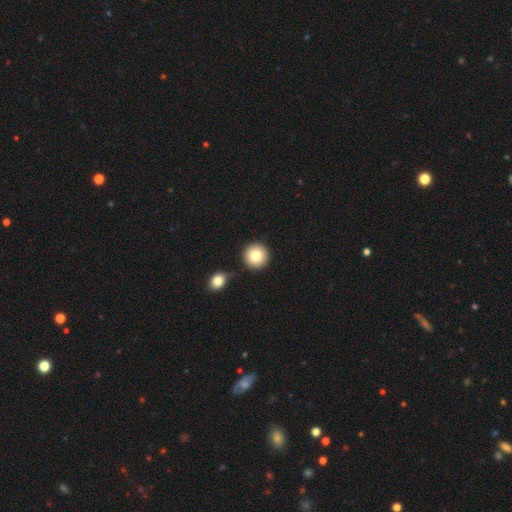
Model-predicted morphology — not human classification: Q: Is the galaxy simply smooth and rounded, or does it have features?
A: smooth — 81%.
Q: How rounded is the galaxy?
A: round — 95%.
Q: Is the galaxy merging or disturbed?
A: none — 82%.